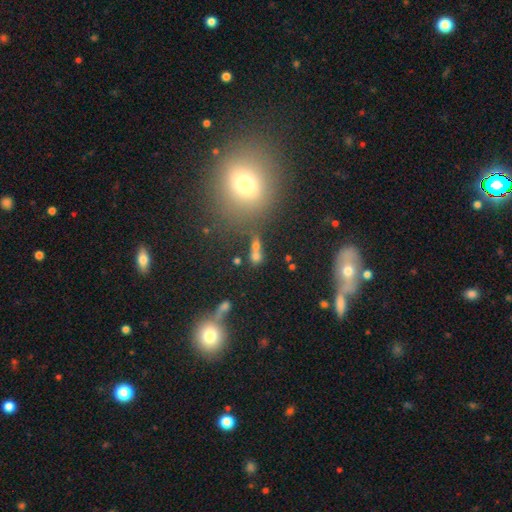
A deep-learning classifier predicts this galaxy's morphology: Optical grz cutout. It shows a smooth galaxy with no disk features (64%) that is in between round and cigar-shaped (50%). Merging: merger (46%).